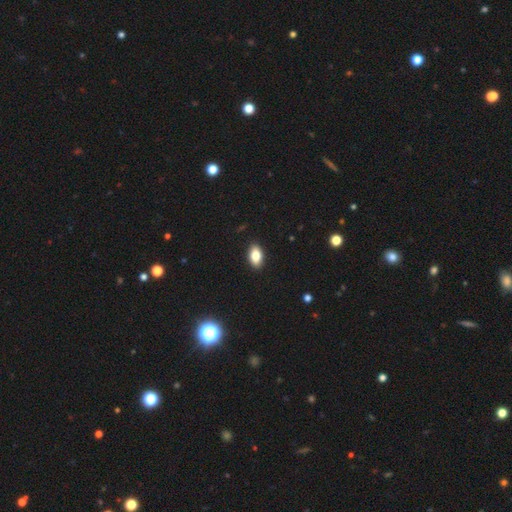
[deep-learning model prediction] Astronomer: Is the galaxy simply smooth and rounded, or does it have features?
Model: smooth — 81%.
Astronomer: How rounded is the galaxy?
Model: in between — 90%.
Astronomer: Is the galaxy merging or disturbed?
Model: none — 89%.